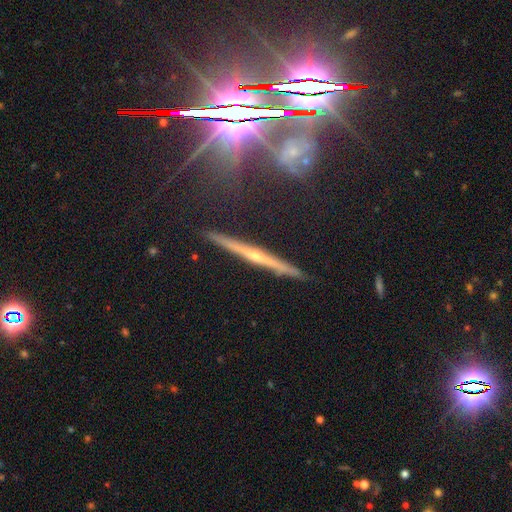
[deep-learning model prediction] smooth-or-featured: featured or disk: 72% | smooth: 15% | star or artifact: 13%
  disk-edge-on: yes: 97% | no: 3%
    edge-on-bulge: rounded: 70% | none: 24% | boxy: 5%
  merging: none: 89% | minor disturbance: 8% | merger: 2% | major disturbance: 2%